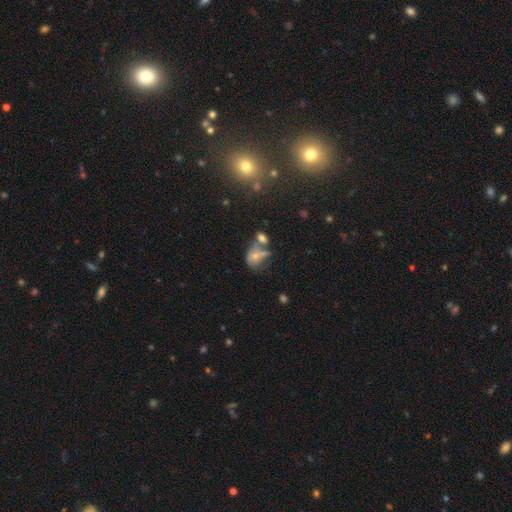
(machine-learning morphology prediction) This is possibly a smooth galaxy (56%). How rounded: likely in between (71%). Merging: possibly merger (48%).